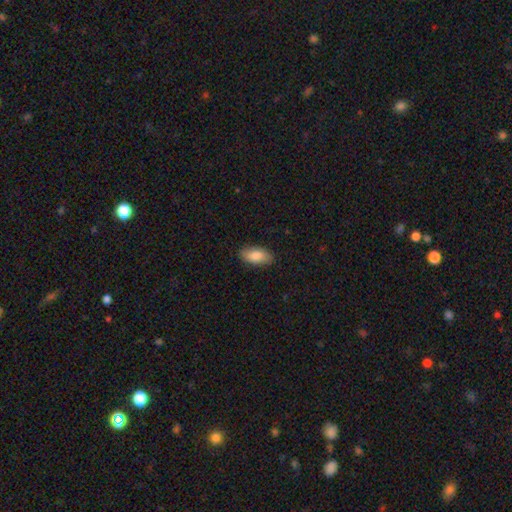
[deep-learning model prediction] Smooth or featured: smooth — 85% (featured or disk — 9%)
How rounded: in between — 92% (cigar-shaped — 5%)
Merging: none — 87% (minor disturbance — 10%)